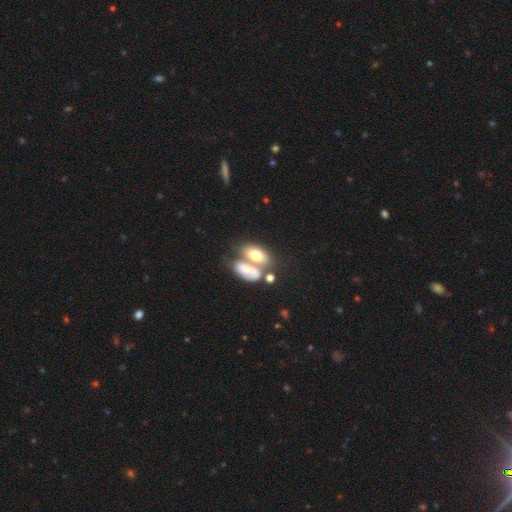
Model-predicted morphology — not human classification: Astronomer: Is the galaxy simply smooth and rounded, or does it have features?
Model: smooth — 66%.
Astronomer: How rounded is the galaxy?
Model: in between — 89%.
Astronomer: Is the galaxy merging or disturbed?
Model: merger — 63%.